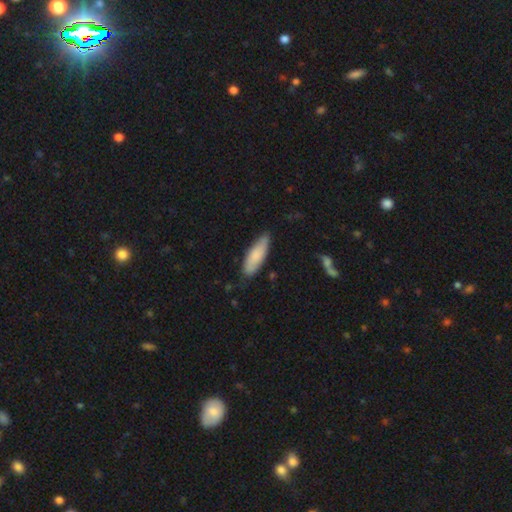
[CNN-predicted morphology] This appears to be a smooth galaxy with no disk features (81%) that is in between round and cigar-shaped (51%). Merging: none (78%).